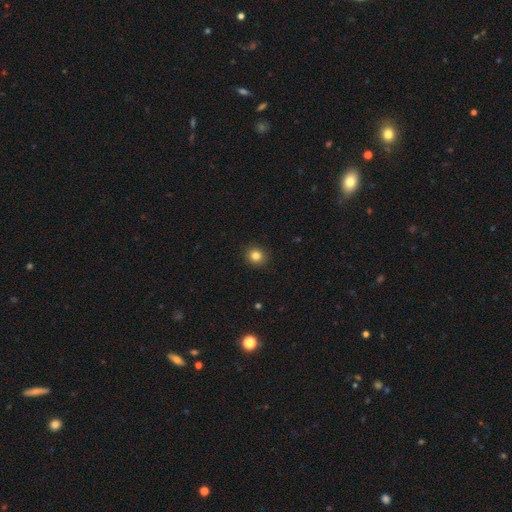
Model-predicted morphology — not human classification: type=smooth (83%); roundness=round (84%); merging=none (91%).